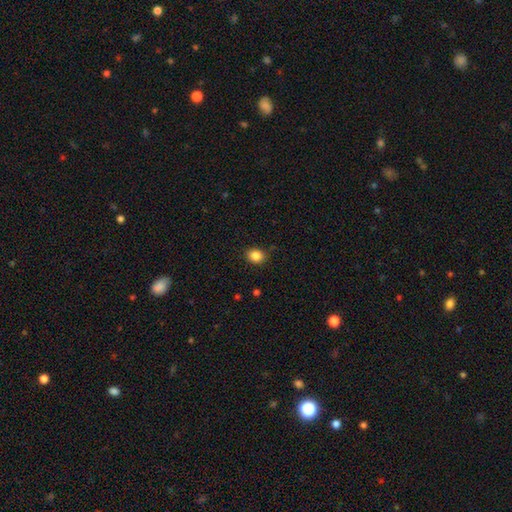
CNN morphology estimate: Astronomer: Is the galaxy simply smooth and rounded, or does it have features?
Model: smooth — 86%.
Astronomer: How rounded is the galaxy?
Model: round — 57% (runner-up: in between, 42%).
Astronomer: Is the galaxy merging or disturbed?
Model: none — 86%.